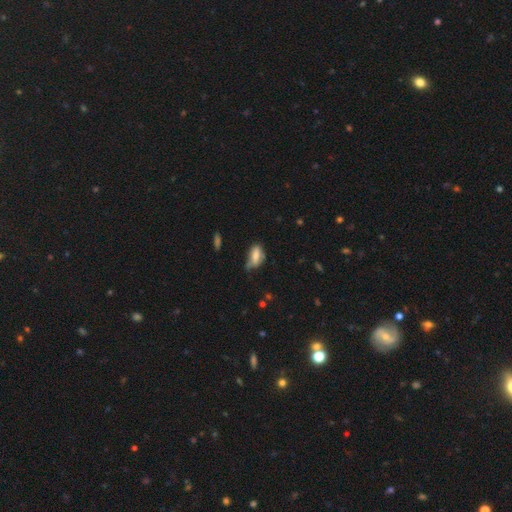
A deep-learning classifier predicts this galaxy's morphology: smooth_or_featured: smooth (p=0.70) [alt: featured or disk p=0.21]
how_rounded: in between (p=0.85) [alt: cigar-shaped p=0.11]
merging: minor disturbance (p=0.41) [alt: none p=0.39]